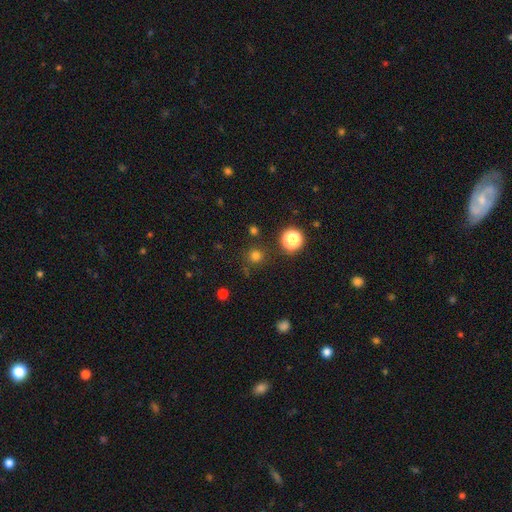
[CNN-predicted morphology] type=smooth (73%); roundness=round (94%); merging=none (85%).